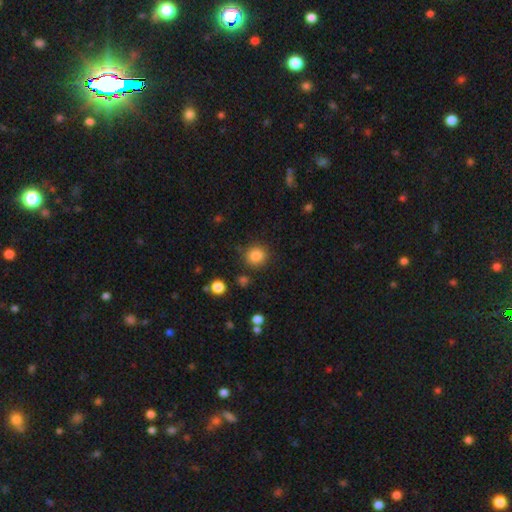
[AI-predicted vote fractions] A smooth galaxy with no disk features (85%) that is round (87%). Merging: none (85%).